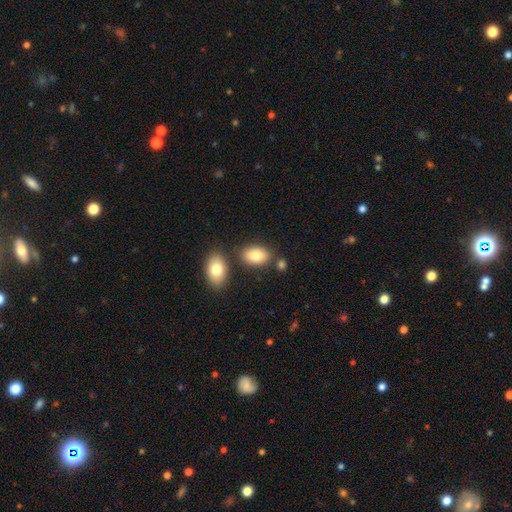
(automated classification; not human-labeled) The model was most divided on "merging": none: 73%, merger: 13%, minor disturbance: 11%, major disturbance: 3%. More confident: how rounded — in between (90%); smooth or featured — smooth (82%).